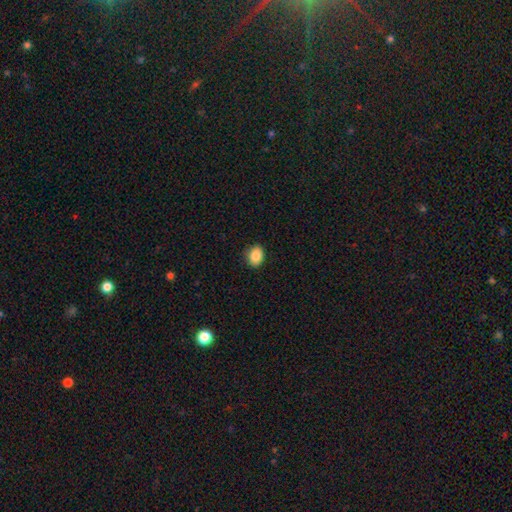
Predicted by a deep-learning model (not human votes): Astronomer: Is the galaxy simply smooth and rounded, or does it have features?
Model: smooth — 86%.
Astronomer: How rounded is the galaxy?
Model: in between — 53% (runner-up: round, 46%).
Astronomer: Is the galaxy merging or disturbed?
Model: none — 87%.